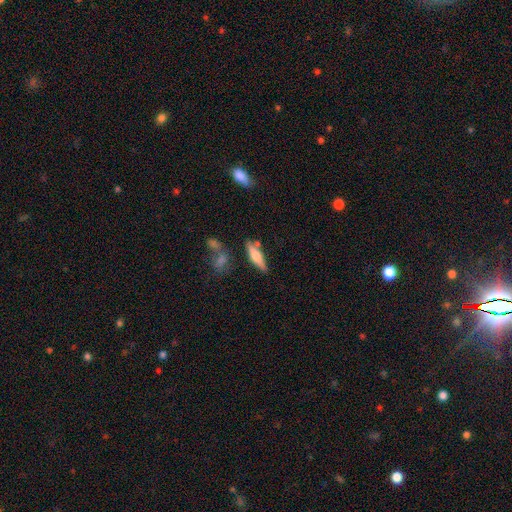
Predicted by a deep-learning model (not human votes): Morphology: type=smooth (50%); roundness=cigar-shaped (65%); merging=none (73%).